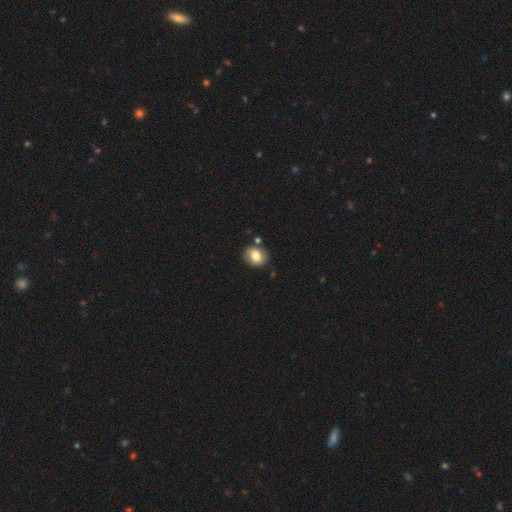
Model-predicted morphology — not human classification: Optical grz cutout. It shows a smooth galaxy with no disk features (73%) that is in between round and cigar-shaped (50%). Merging: none (78%).